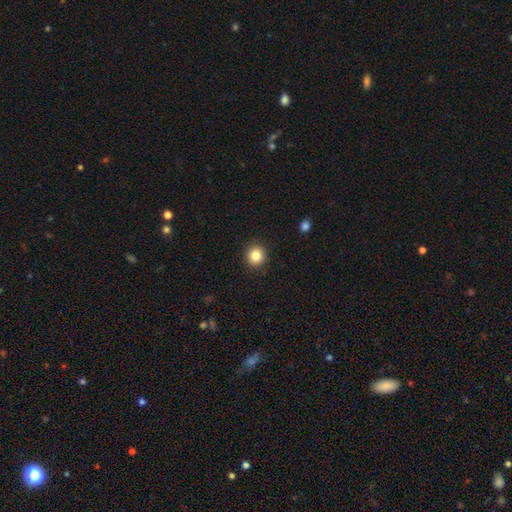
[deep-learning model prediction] Morphology: type=smooth (84%); roundness=round (92%); merging=none (92%).